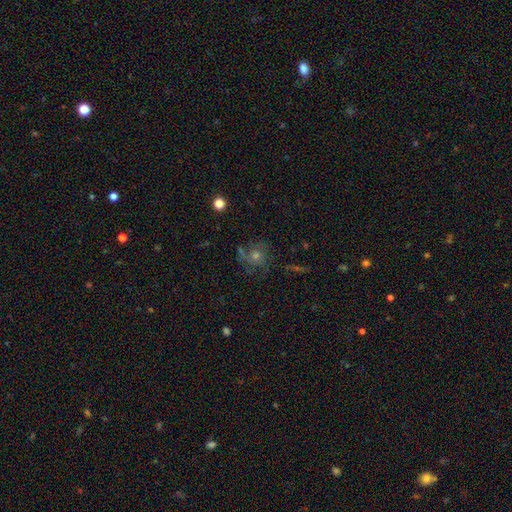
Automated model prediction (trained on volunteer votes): Smooth or featured: featured or disk — 49% (smooth — 26%)
Merging: none — 69% (minor disturbance — 16%)